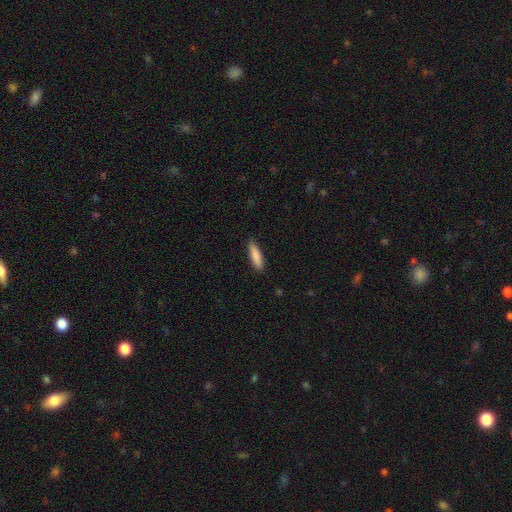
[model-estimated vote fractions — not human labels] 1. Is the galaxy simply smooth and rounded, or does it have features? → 88% smooth, 7% featured or disk, 6% star or artifact.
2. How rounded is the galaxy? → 70% cigar-shaped, 29% in between, 1% round.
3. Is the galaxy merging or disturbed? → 89% none, 8% minor disturbance, 2% major disturbance, 1% merger.